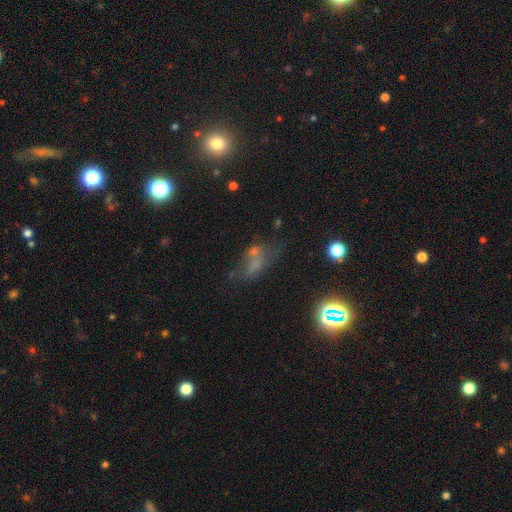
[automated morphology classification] Smooth or featured?
  - smooth: 41% *
  - star or artifact: 30%
  - featured or disk: 29%
Merging?
  - none: 35% *
  - major disturbance: 24%
  - merger: 23%
  - minor disturbance: 19%